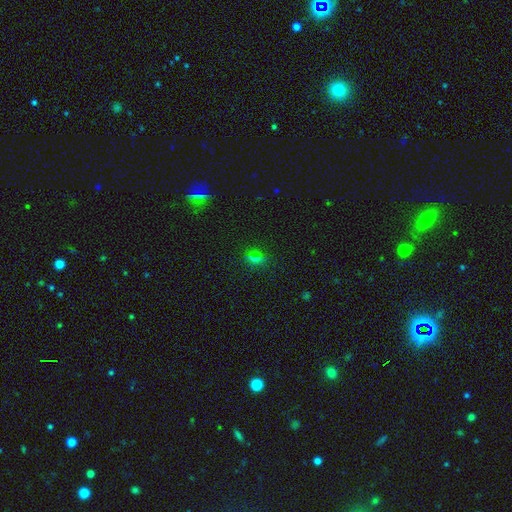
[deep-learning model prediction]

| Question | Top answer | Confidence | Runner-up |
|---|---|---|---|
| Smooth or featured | smooth | 55% | star or artifact (34%) |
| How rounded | round | 56% | in between (38%) |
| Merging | none | 86% | minor disturbance (9%) |